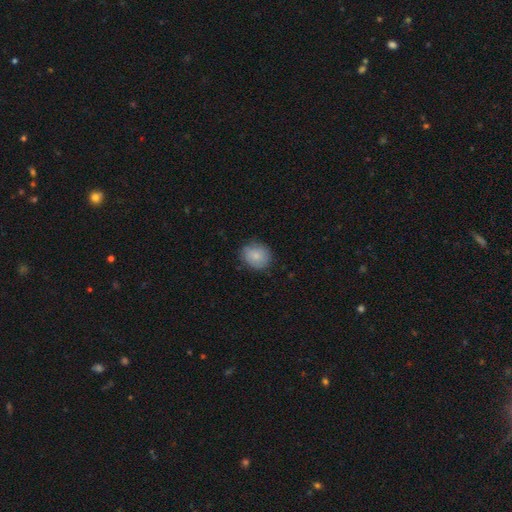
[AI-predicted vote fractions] smooth 82%, featured or disk 10%, star or artifact 7%. Down the decision tree: how rounded — round (67%); merging — none (80%).